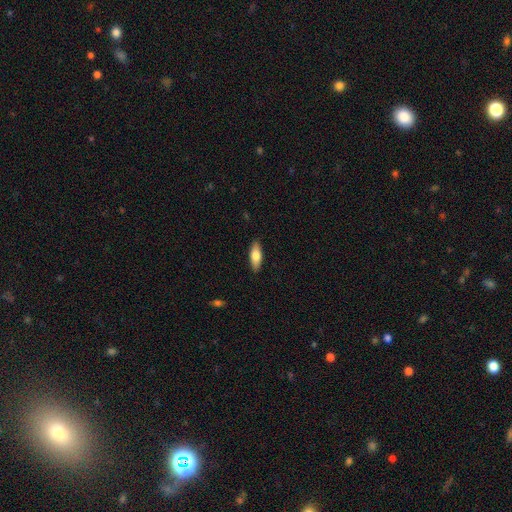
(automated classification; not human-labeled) Smooth or featured? smooth (73%)
How rounded? in between (67%)
Merging? none (88%)